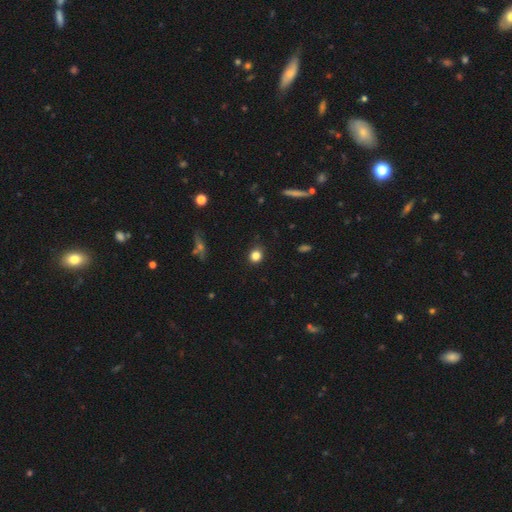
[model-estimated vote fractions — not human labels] This appears to be a smooth galaxy with no disk features (83%) that is round (81%). Merging: none (87%).